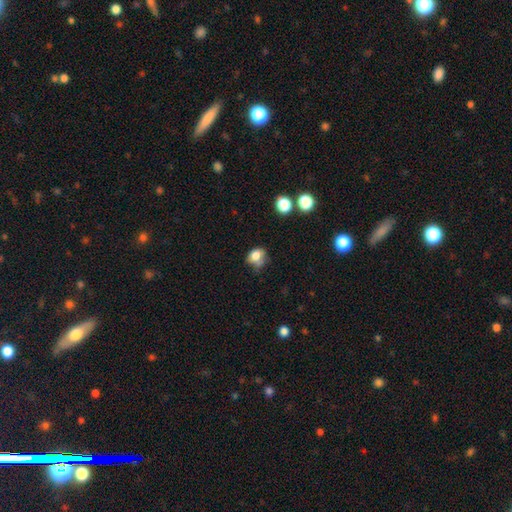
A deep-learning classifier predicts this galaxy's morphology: smooth_or_featured: smooth (p=0.75) [alt: featured or disk p=0.12]
how_rounded: round (p=0.53) [alt: in between p=0.46]
merging: none (p=0.46) [alt: minor disturbance p=0.31]